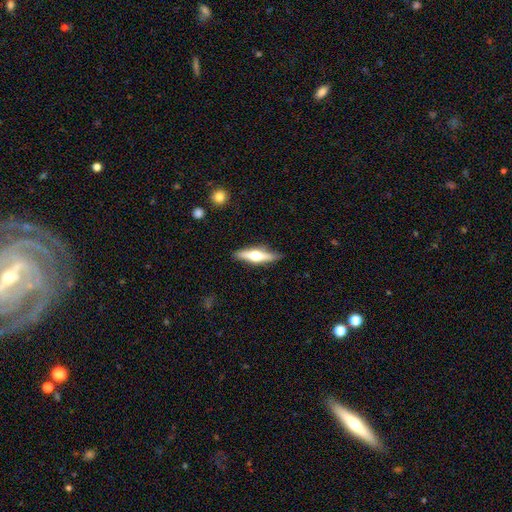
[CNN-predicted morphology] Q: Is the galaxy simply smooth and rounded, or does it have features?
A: featured or disk — 64%.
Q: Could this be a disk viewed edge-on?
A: yes — 96%.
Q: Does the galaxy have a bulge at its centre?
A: rounded — 94%.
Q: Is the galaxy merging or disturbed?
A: none — 85%.